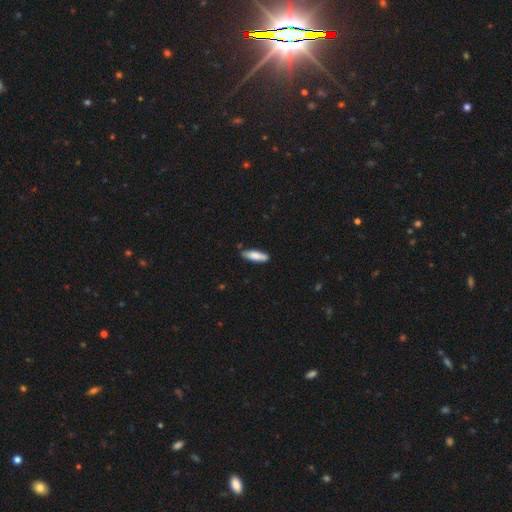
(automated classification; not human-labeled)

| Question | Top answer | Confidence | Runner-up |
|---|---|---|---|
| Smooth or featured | smooth | 79% | featured or disk (16%) |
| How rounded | cigar-shaped | 57% | in between (41%) |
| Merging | none | 80% | minor disturbance (15%) |